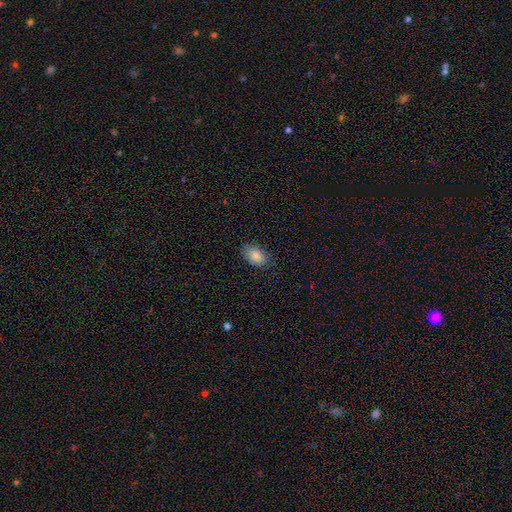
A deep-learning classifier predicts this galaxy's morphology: The model was most divided on "merging": none: 81%, minor disturbance: 15%, major disturbance: 3%, merger: 1%. More confident: how rounded — in between (87%); smooth or featured — smooth (87%).